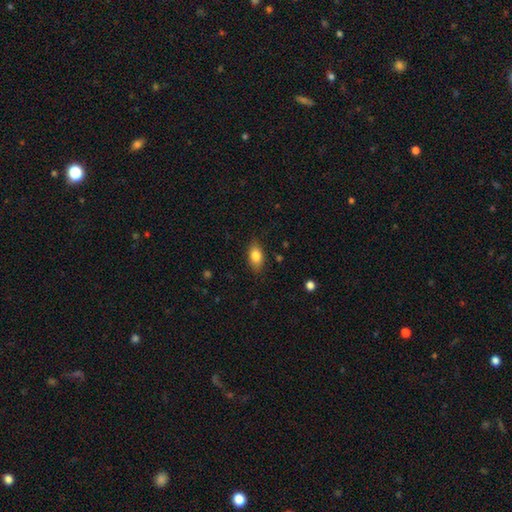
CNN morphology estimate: smooth 82%, featured or disk 10%, star or artifact 8%. Down the decision tree: how rounded — in between (87%); merging — none (82%).